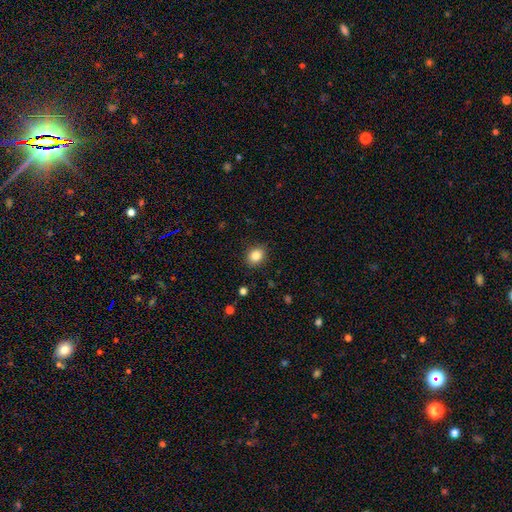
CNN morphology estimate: A smooth galaxy with no disk features (84%) that is in between round and cigar-shaped (50%). Merging: none (88%).